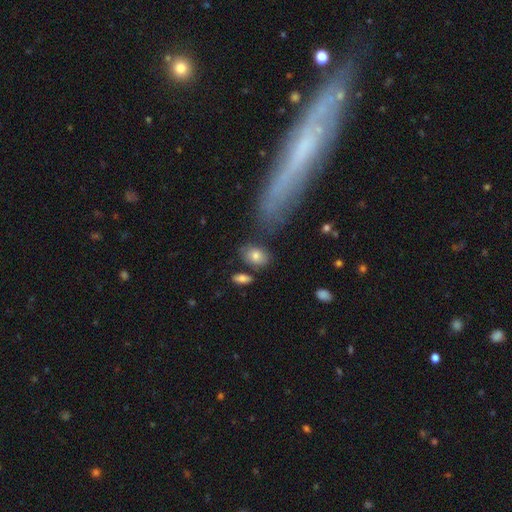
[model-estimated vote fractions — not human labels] Smooth or featured? Predicted: smooth (p=0.79). How rounded? Predicted: in between (p=0.85). Merging? Predicted: none (p=0.69).